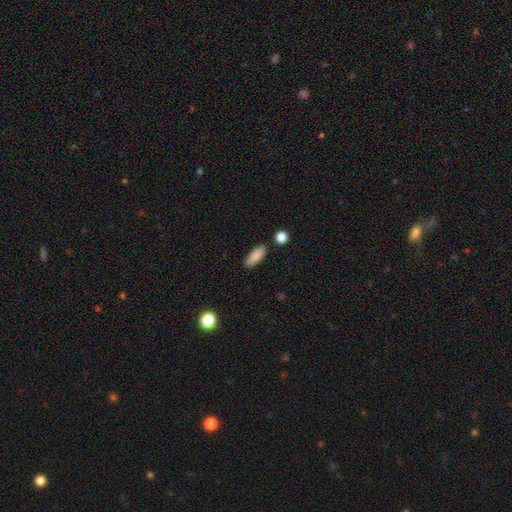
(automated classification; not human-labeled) Overall: smooth (87%). How rounded: in between (75%). Merging: none (85%).